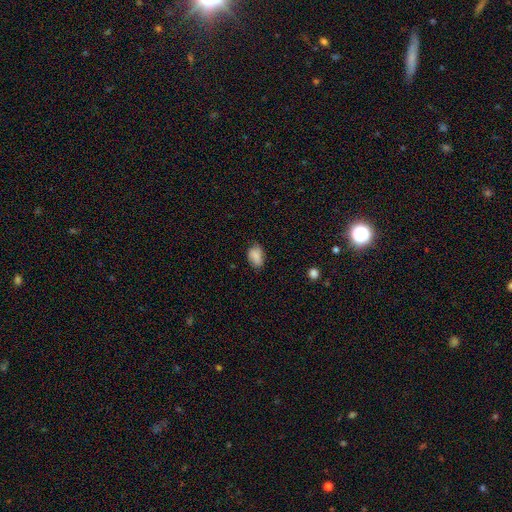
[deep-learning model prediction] This appears to be a smooth galaxy with no disk features (85%) that is in between round and cigar-shaped (84%). Merging: none (66%).